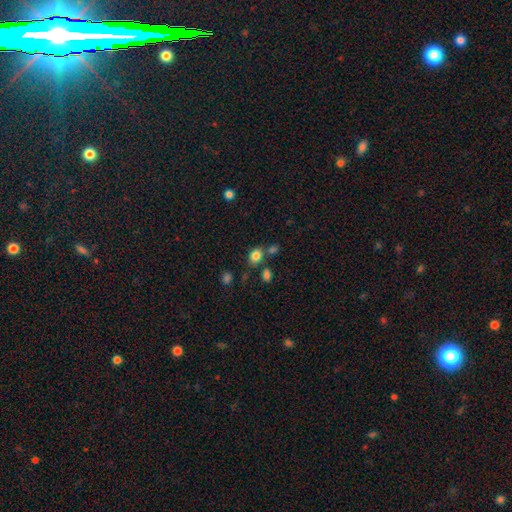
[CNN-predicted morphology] Overall: smooth (82%). How rounded: in between (59%; round 40%). Merging: none (68%).